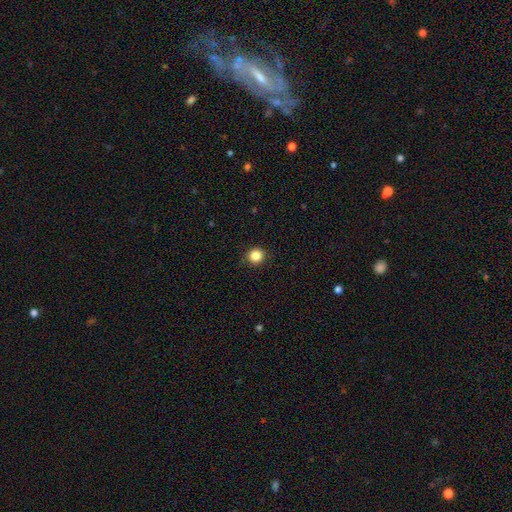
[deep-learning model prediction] Morphology: type=smooth (85%); roundness=round (94%); merging=none (91%).